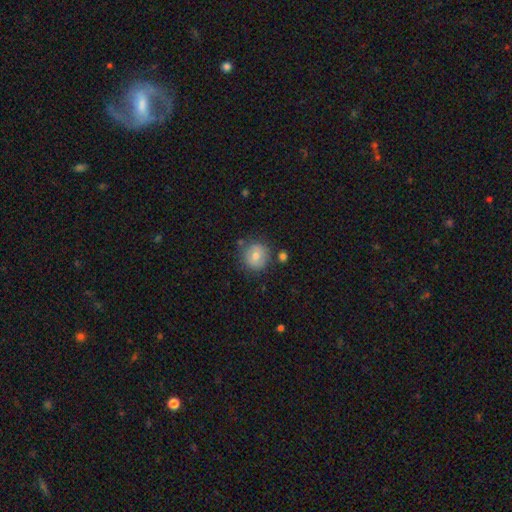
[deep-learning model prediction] This is likely a smooth galaxy (69%). How rounded: clearly round (89%). Merging: likely none (79%).